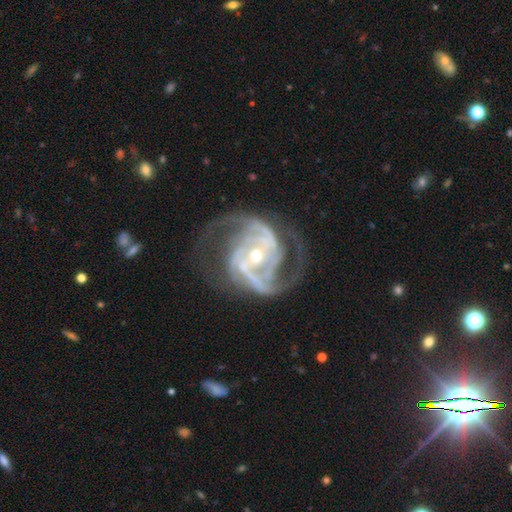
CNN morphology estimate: A featured or disk galaxy (93%) with no bar (40%), 2 (50%) medium (53%) spiral arms (98%) and a moderate central bulge (54%).

Vote fractions:
- Smooth or featured? featured or disk: 93% / star or artifact: 5% / smooth: 3%
- Edge-on disk? no: 98% / yes: 2%
- Bar? no: 40% / weak: 34% / strong: 26%
- Spiral arms? yes: 98% / no: 2%
- Spiral winding? medium: 53% / tight: 33% / loose: 14%
- Spiral arm count? 2: 50% / 3: 28% / can't tell: 8% / 4: 6% / 1: 4% / more than 4: 4%
- Bulge size? moderate: 54% / small: 41% / large: 3% / none: 1% / dominant: 1%
- Merging? none: 66% / minor disturbance: 17% / major disturbance: 15% / merger: 2%